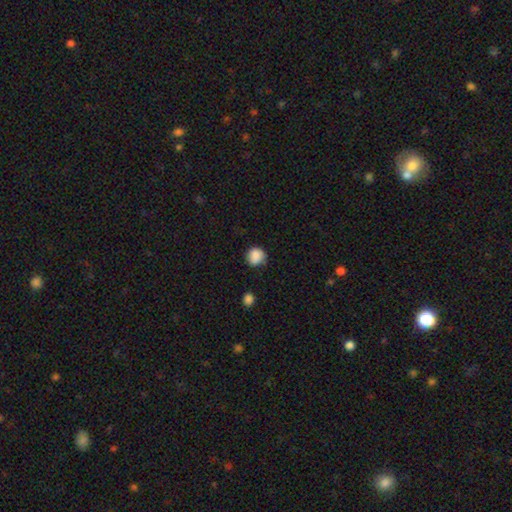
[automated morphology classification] This appears to be a smooth galaxy with no disk features (85%) that is round (86%). Merging: none (69%).